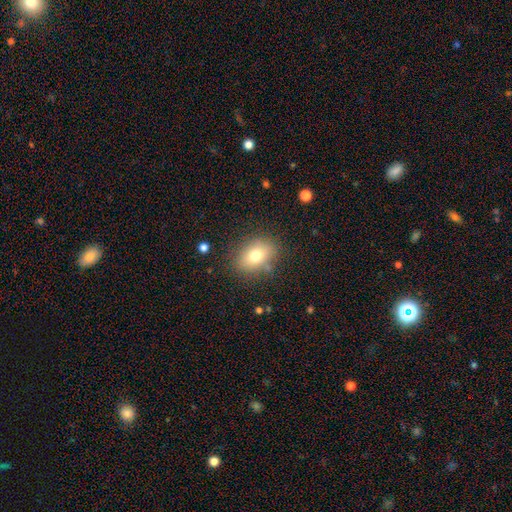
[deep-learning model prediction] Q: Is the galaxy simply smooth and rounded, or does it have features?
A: smooth — 75%.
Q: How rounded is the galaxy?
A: in between — 72%.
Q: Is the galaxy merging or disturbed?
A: none — 80%.